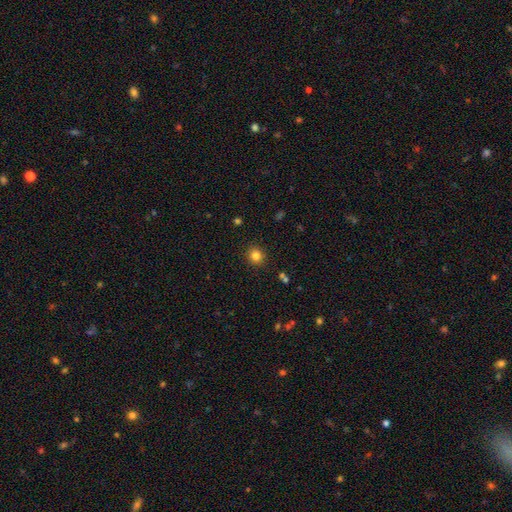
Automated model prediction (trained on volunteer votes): This appears to be a smooth galaxy with no disk features (82%) that is round (87%). Merging: none (90%).